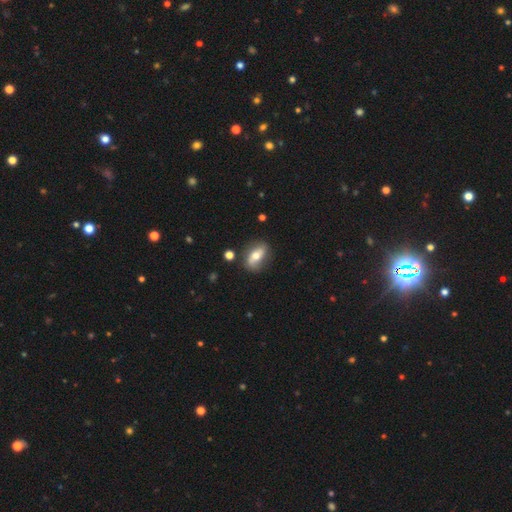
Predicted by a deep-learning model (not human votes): A smooth galaxy with no disk features (48%).

Vote fractions:
- Smooth or featured? smooth: 48% / featured or disk: 45% / star or artifact: 7%
- Merging? none: 77% / minor disturbance: 16% / major disturbance: 4% / merger: 3%